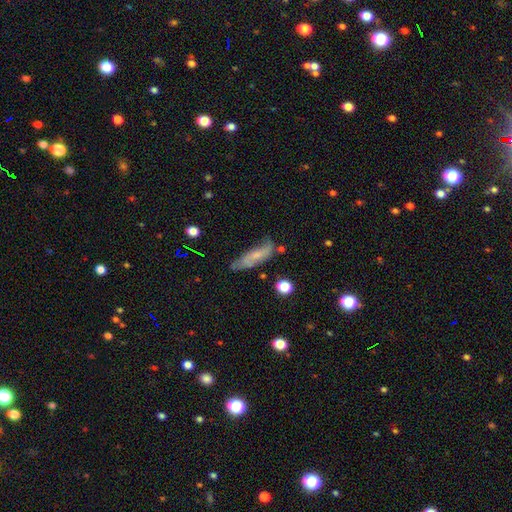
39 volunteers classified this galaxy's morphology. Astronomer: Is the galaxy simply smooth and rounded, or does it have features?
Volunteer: smooth — 67%.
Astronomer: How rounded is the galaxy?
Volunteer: in between — 54% (runner-up: cigar-shaped, 42%).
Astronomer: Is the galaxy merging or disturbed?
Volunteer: none — 46% (runner-up: minor disturbance, 35%).